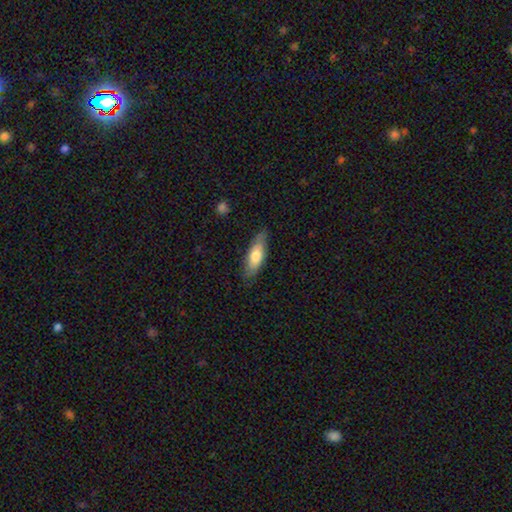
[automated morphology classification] Smooth or featured? Predicted: smooth (p=0.70). How rounded? Predicted: in between (p=0.56). Merging? Predicted: none (p=0.79).